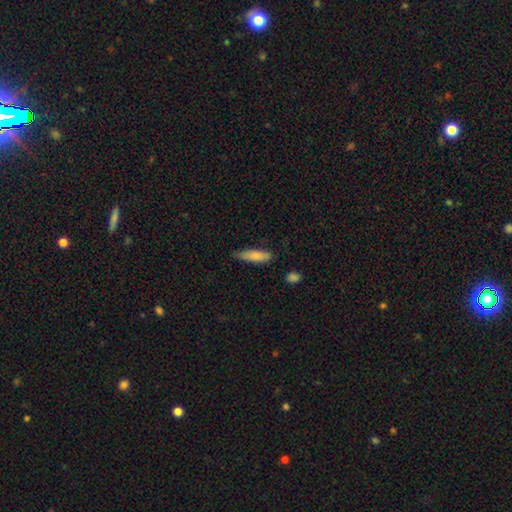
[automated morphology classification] This appears to be a smooth galaxy with no disk features (82%) that is cigar-shaped (65%). Merging: none (67%).